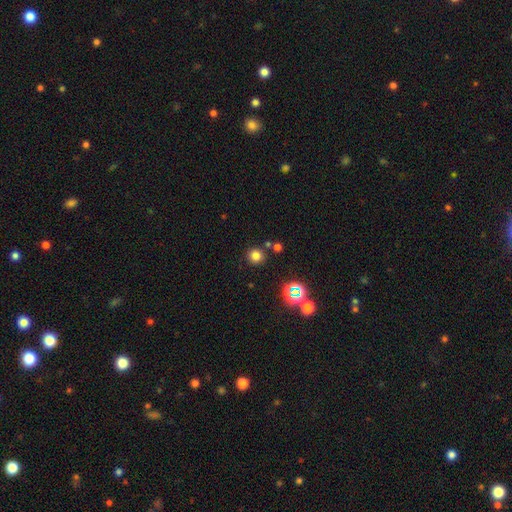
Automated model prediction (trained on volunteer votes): This appears to be a smooth galaxy with no disk features (74%) that is round (93%). Merging: none (82%).